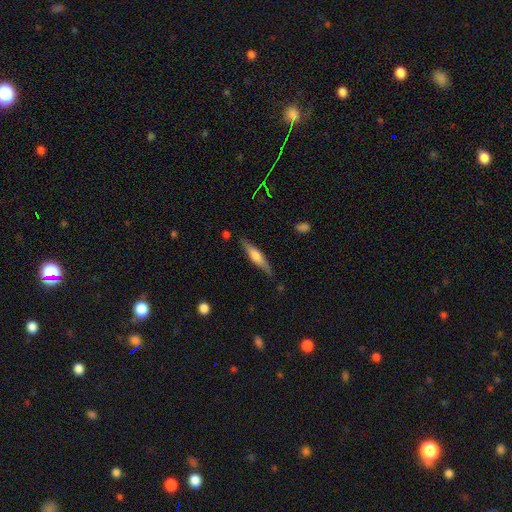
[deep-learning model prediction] This is possibly a featured or disk galaxy (49%). Merging: clearly none (83%).